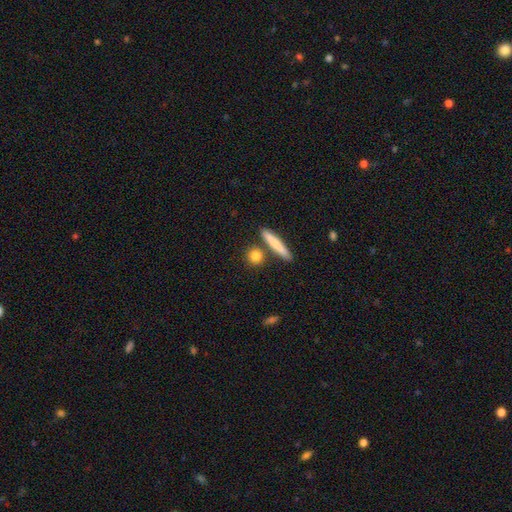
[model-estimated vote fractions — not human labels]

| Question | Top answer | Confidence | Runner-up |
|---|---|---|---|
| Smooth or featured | smooth | 82% | featured or disk (10%) |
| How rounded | round | 61% | cigar-shaped (24%) |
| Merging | none | 79% | merger (10%) |